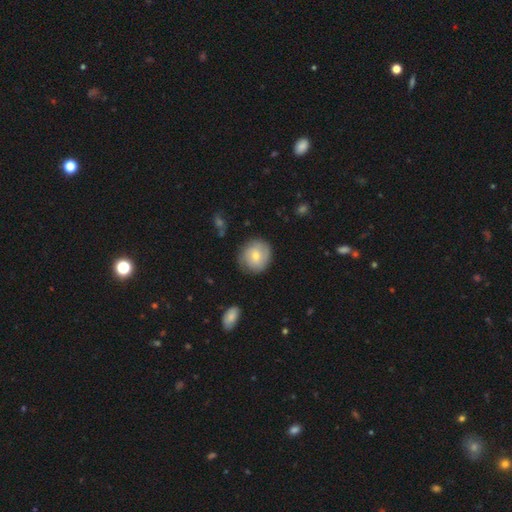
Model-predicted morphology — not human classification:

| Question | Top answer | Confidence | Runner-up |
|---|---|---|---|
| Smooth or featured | smooth | 57% | featured or disk (35%) |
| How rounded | round | 88% | in between (11%) |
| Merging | none | 80% | minor disturbance (15%) |